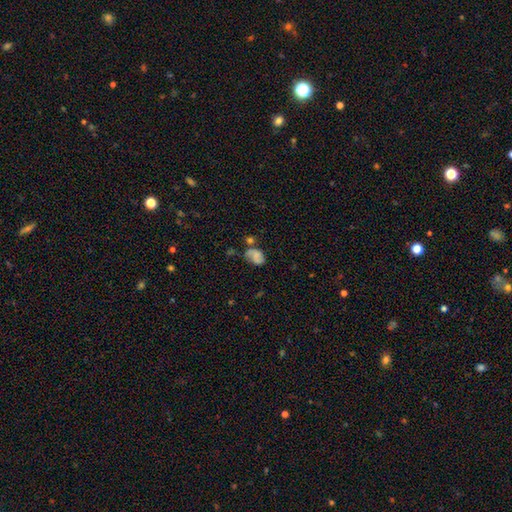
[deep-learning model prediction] Morphology: type=smooth (60%); roundness=in between (80%); merging=none (34%).